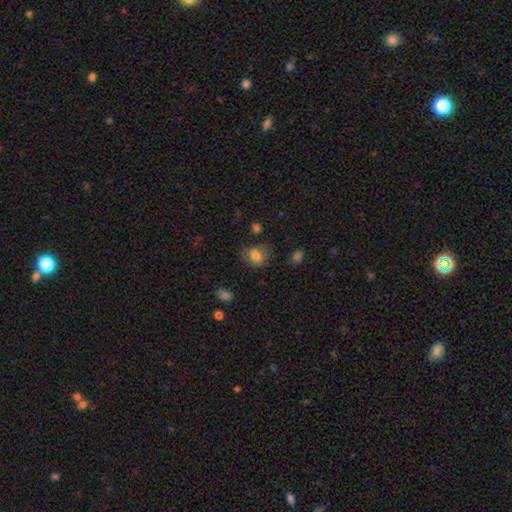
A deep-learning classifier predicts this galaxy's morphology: Smooth or featured? smooth (77%)
How rounded? round (53%)
Merging? none (67%)